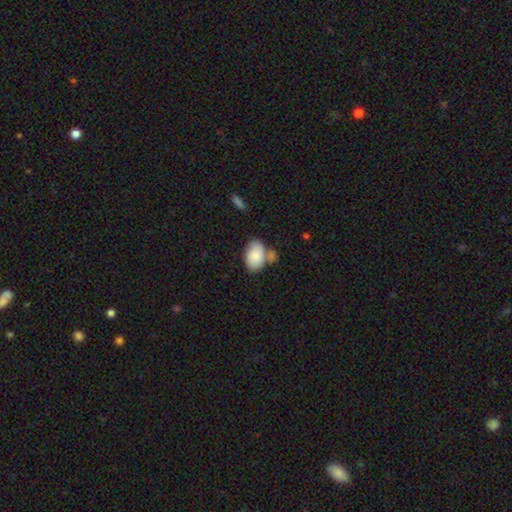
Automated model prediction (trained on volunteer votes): Q: Smooth or featured?
A: smooth (83%); runner-up: featured or disk (11%)
Q: How rounded?
A: in between (88%); runner-up: round (11%)
Q: Merging?
A: none (48%); runner-up: merger (25%)